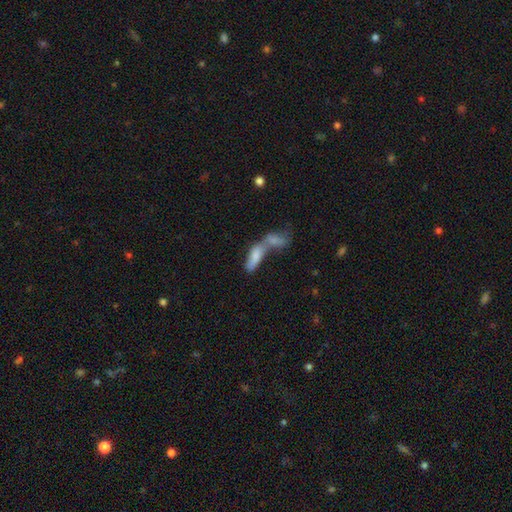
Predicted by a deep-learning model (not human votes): Smooth or featured?
  - smooth: 73% *
  - featured or disk: 19%
  - star or artifact: 8%
How rounded?
  - in between: 62% *
  - cigar-shaped: 35%
  - round: 3%
Merging?
  - merger: 76% *
  - none: 13%
  - minor disturbance: 6%
  - major disturbance: 5%